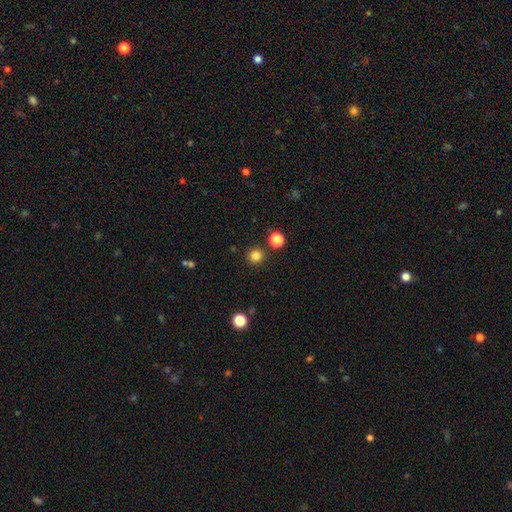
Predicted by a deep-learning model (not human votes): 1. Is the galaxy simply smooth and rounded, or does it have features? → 82% smooth, 14% star or artifact, 4% featured or disk.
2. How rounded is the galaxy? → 93% round, 6% in between, 1% cigar-shaped.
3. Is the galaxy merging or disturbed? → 88% none, 6% minor disturbance, 4% merger, 2% major disturbance.